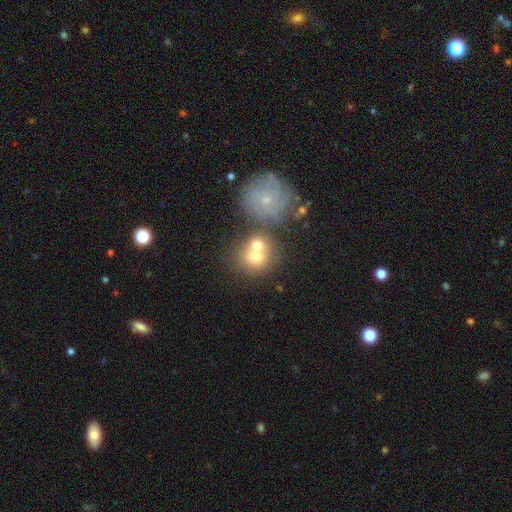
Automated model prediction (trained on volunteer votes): Q: Smooth or featured?
A: smooth (60%); runner-up: featured or disk (29%)
Q: How rounded?
A: round (82%); runner-up: in between (17%)
Q: Merging?
A: merger (50%); runner-up: none (37%)